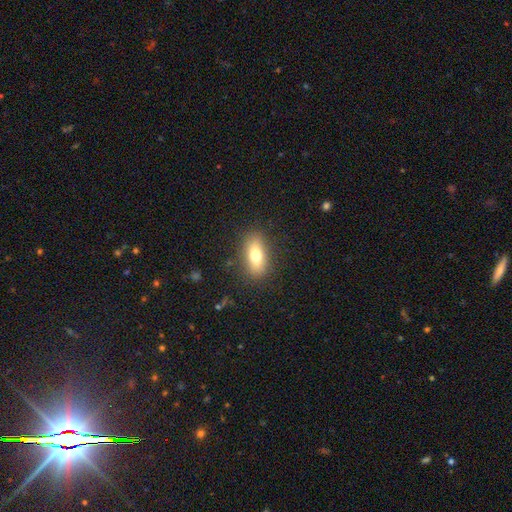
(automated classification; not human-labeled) smooth 73%, featured or disk 18%, star or artifact 9%. Down the decision tree: how rounded — in between (79%); merging — none (85%).